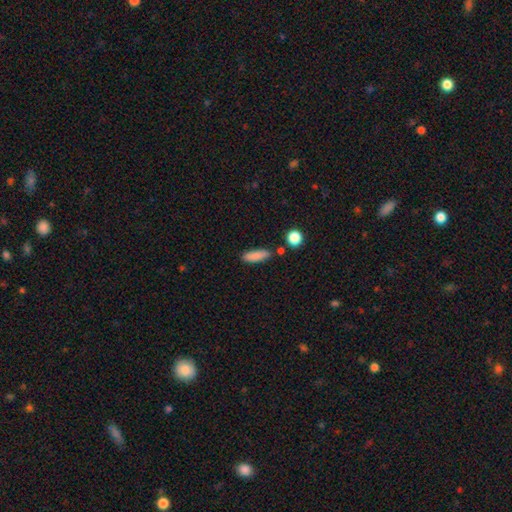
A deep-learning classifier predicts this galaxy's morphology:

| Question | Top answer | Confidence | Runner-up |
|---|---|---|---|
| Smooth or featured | smooth | 86% | star or artifact (7%) |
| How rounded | cigar-shaped | 54% | in between (44%) |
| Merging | none | 79% | minor disturbance (12%) |